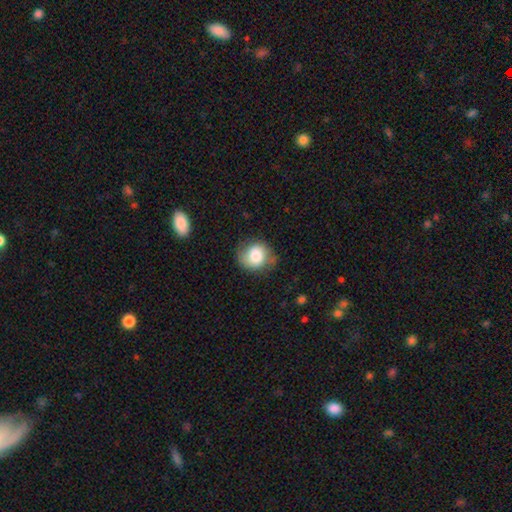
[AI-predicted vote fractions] Overall: smooth (75%). How rounded: round (74%). Merging: none (64%; minor disturbance 26%).